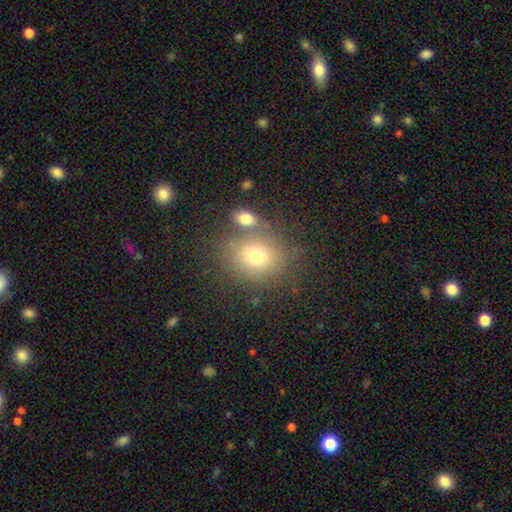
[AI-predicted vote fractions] The model was most divided on "how rounded": round: 65%, in between: 34%, cigar-shaped: 1%. More confident: smooth or featured — smooth (73%); merging — none (68%).